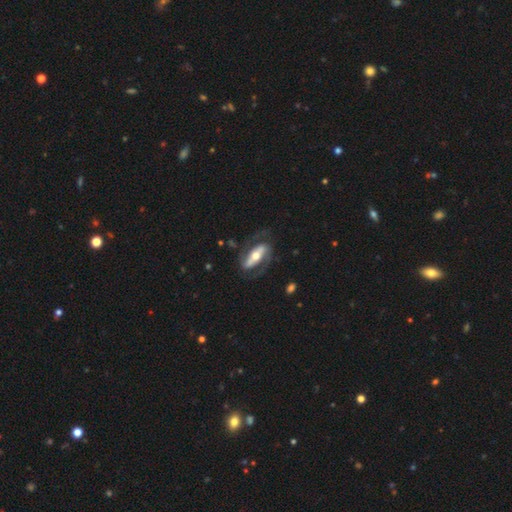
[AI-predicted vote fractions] Q: Smooth or featured?
A: featured or disk (76%); runner-up: smooth (20%)
Q: Edge-on disk?
A: no (86%); runner-up: yes (14%)
Q: Bar?
A: strong (58%); runner-up: no (24%)
Q: Spiral arms?
A: yes (80%); runner-up: no (20%)
Q: Spiral winding?
A: medium (44%); runner-up: tight (29%)
Q: Spiral arm count?
A: 2 (85%); runner-up: can't tell (7%)
Q: Bulge size?
A: moderate (66%); runner-up: small (21%)
Q: Merging?
A: none (68%); runner-up: minor disturbance (16%)